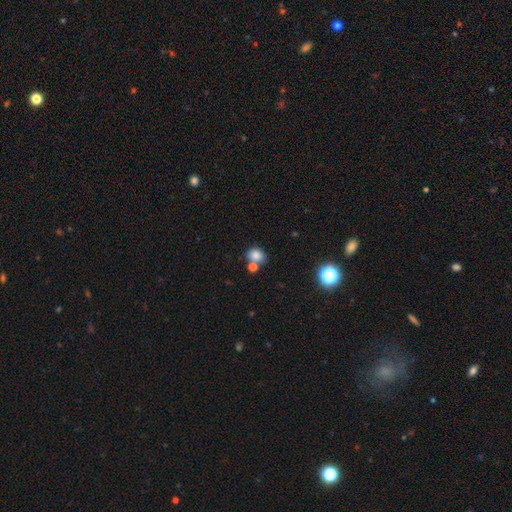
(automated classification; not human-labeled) A smooth galaxy with no disk features (81%) that is round (54%).

Vote fractions:
- Smooth or featured? smooth: 81% / star or artifact: 12% / featured or disk: 7%
- How rounded? round: 54% / in between: 45% / cigar-shaped: 1%
- Merging? none: 56% / merger: 27% / minor disturbance: 13% / major disturbance: 5%